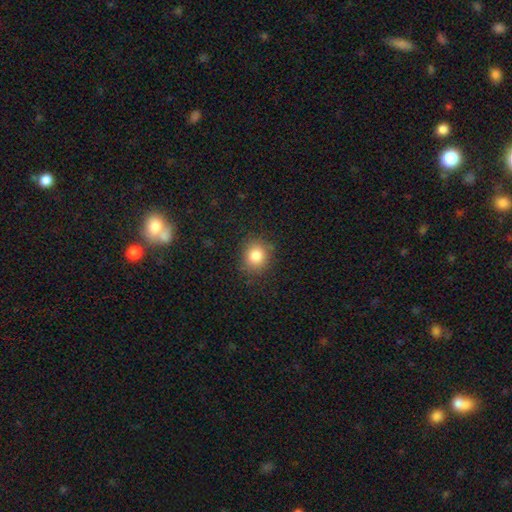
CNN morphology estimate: This is clearly a smooth galaxy (83%). How rounded: likely round (77%). Merging: clearly none (85%).